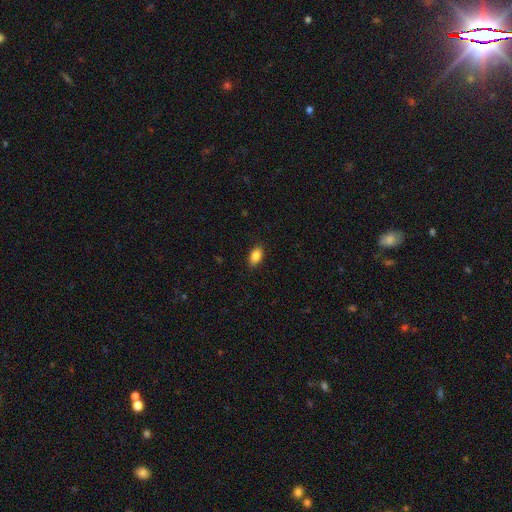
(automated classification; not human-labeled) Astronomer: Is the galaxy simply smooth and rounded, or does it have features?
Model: smooth — 86%.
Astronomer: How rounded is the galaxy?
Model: in between — 89%.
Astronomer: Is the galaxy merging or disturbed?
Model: none — 87%.